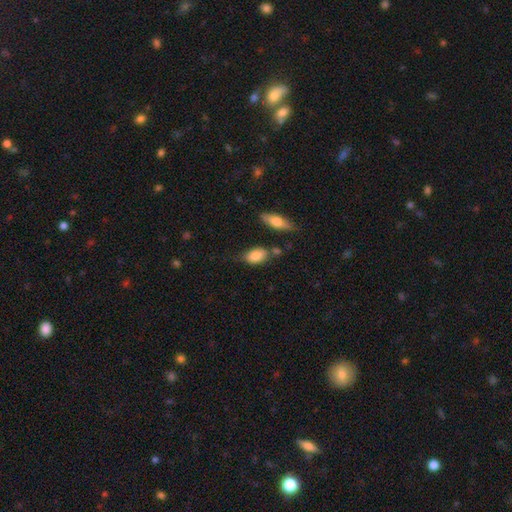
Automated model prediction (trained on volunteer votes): smooth 82%, featured or disk 12%, star or artifact 7%. Down the decision tree: how rounded — in between (85%); merging — none (63%).